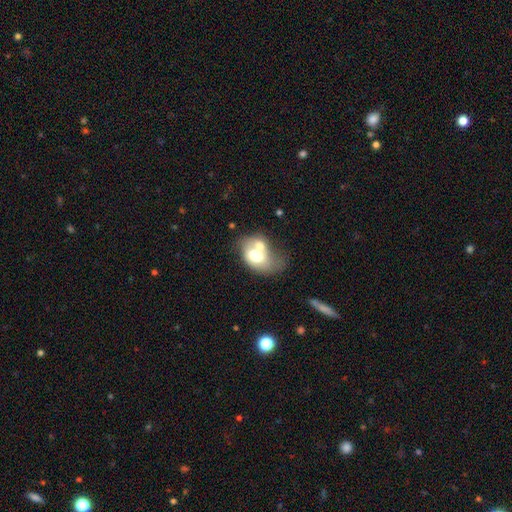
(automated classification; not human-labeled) A smooth galaxy with no disk features (59%) that is in between round and cigar-shaped (72%).

Vote fractions:
- Smooth or featured? smooth: 59% / featured or disk: 33% / star or artifact: 8%
- How rounded? in between: 72% / round: 27% / cigar-shaped: 1%
- Merging? merger: 60% / none: 16% / minor disturbance: 12% / major disturbance: 12%